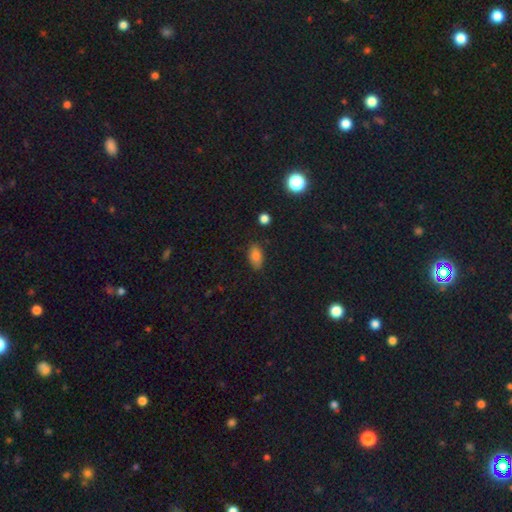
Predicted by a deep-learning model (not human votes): This appears to be a smooth galaxy with no disk features (82%) that is in between round and cigar-shaped (90%). Merging: none (83%).